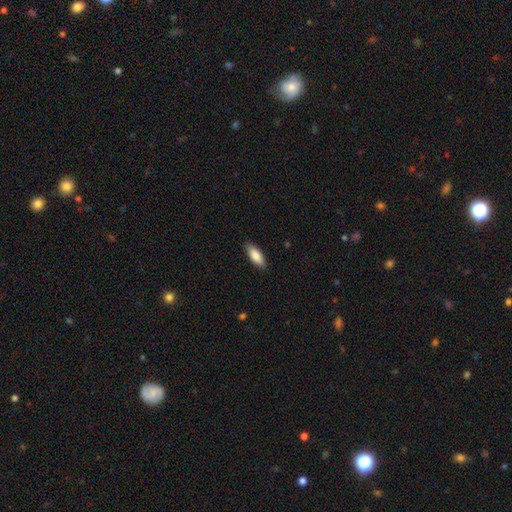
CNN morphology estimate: Smooth or featured?
  - smooth: 86% *
  - featured or disk: 8%
  - star or artifact: 6%
How rounded?
  - in between: 74% *
  - cigar-shaped: 24%
  - round: 2%
Merging?
  - none: 88% *
  - minor disturbance: 9%
  - major disturbance: 2%
  - merger: 1%